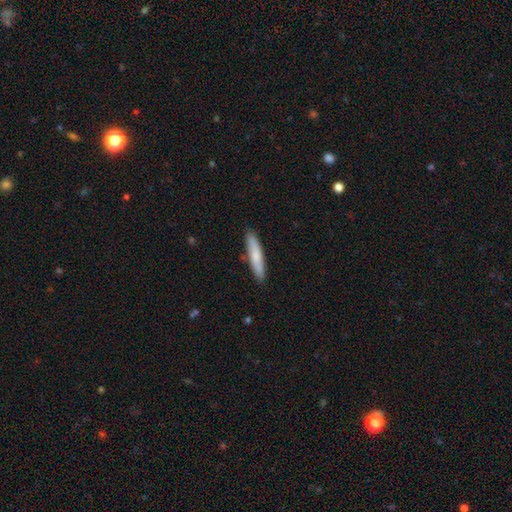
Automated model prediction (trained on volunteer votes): Smooth or featured?
  - smooth: 74% *
  - featured or disk: 21%
  - star or artifact: 5%
How rounded?
  - cigar-shaped: 89% *
  - in between: 10%
  - round: 1%
Merging?
  - none: 88% *
  - minor disturbance: 9%
  - merger: 2%
  - major disturbance: 2%